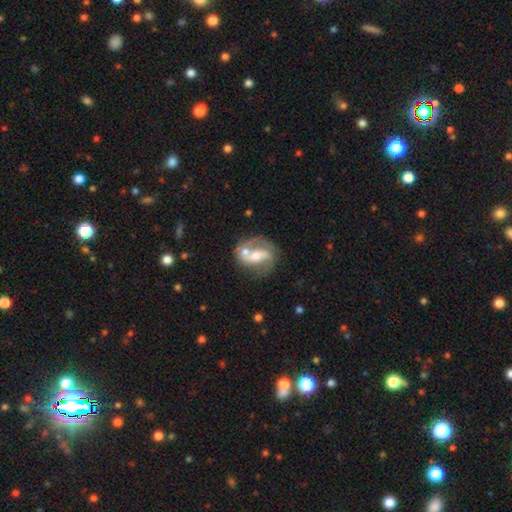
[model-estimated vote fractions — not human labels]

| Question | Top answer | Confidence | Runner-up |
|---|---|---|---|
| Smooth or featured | featured or disk | 73% | smooth (21%) |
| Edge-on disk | no | 96% | yes (4%) |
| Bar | no | 36% | weak (34%) |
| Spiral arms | yes | 80% | no (20%) |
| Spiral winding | medium | 46% | loose (33%) |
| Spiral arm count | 2 | 80% | 1 (9%) |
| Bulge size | moderate | 64% | small (25%) |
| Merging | none | 47% | merger (26%) |